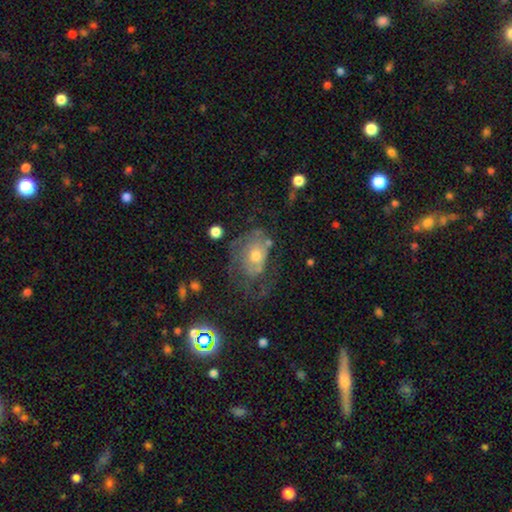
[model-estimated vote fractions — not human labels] smooth_or_featured: featured or disk (p=0.56) [alt: smooth p=0.32]
disk_edge_on: no (p=0.96) [alt: yes p=0.04]
bar: no (p=0.84) [alt: weak p=0.14]
has_spiral_arms: yes (p=0.57) [alt: no p=0.43]
bulge_size: moderate (p=0.60) [alt: small p=0.31]
merging: none (p=0.35) [tied with: major disturbance p=0.35]